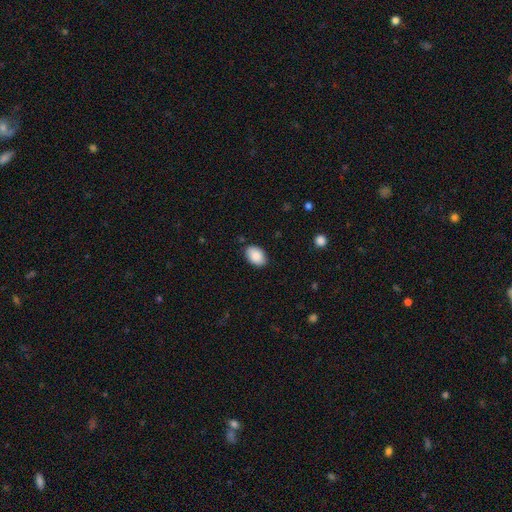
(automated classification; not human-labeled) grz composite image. It shows a smooth galaxy with no disk features (89%) that is in between round and cigar-shaped (86%). Merging: none (85%).